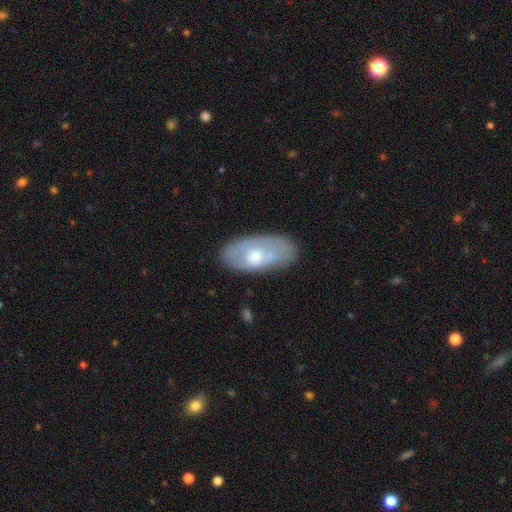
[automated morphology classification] smooth 51%, featured or disk 43%, star or artifact 6%. Down the decision tree: how rounded — in between (90%); merging — none (69%).